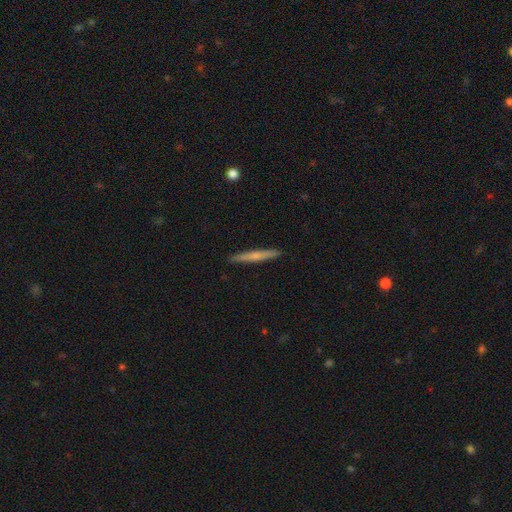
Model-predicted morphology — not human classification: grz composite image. It shows a smooth galaxy with no disk features (50%). Merging: none (92%).